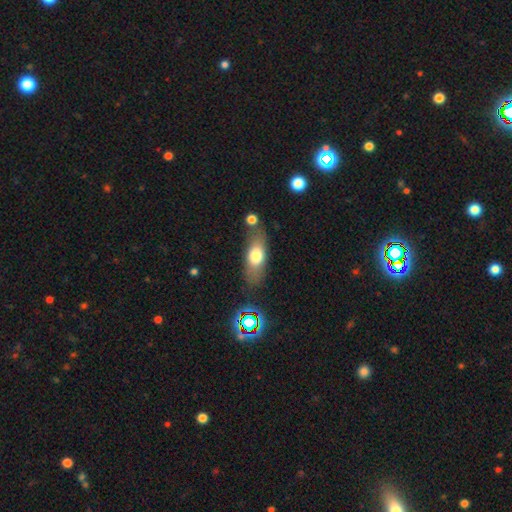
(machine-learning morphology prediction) Smooth or featured? Predicted: smooth (p=0.67). How rounded? Predicted: in between (p=0.70). Merging? Predicted: none (p=0.70).